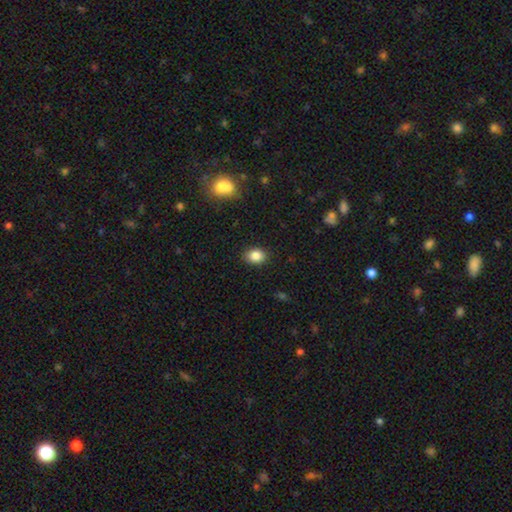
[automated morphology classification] smooth 85%, star or artifact 10%, featured or disk 5%. Down the decision tree: how rounded — in between (57%); merging — none (88%).